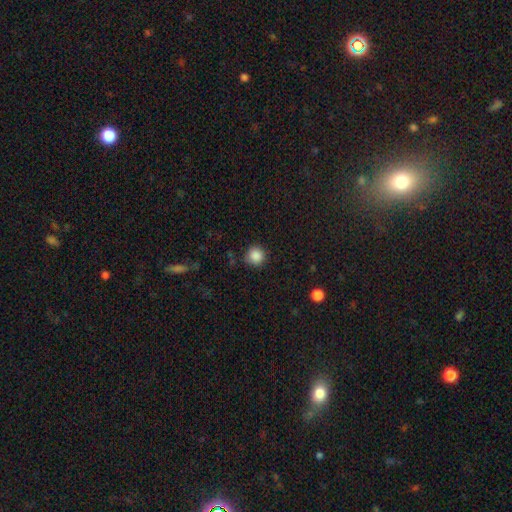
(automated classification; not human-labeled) smooth_or_featured: smooth (p=0.87) [alt: star or artifact p=0.10]
how_rounded: round (p=0.93) [alt: in between p=0.06]
merging: none (p=0.87) [alt: minor disturbance p=0.09]